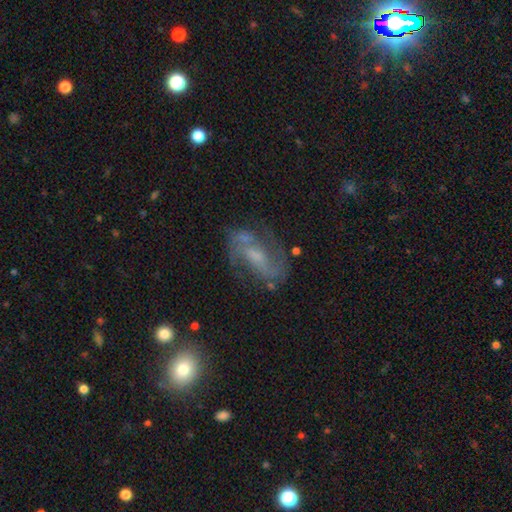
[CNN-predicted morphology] smooth-or-featured: featured or disk: 75% | smooth: 14% | star or artifact: 10%
  disk-edge-on: no: 93% | yes: 7%
    bar: weak: 46% | no: 32% | strong: 22%
    has-spiral-arms: yes: 89% | no: 11%
      spiral-winding: medium: 48% | loose: 32% | tight: 20%
      spiral-arm-count: 2: 82% | can't tell: 10% | 3: 3% | 1: 2% | 4: 2% | more than 4: 2%
    bulge-size: small: 43% | moderate: 35% | none: 16% | large: 5% | dominant: 1%
  merging: none: 67% | minor disturbance: 18% | major disturbance: 11% | merger: 4%